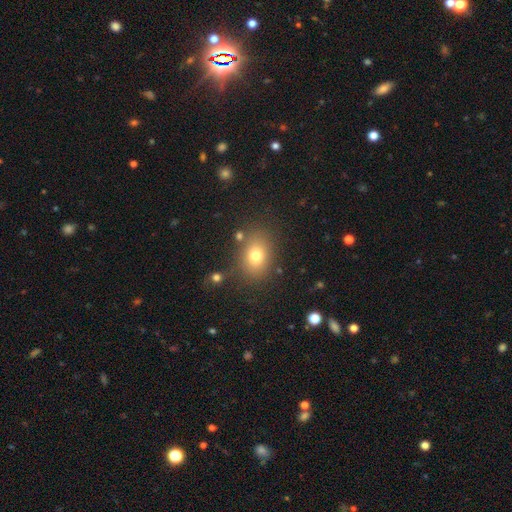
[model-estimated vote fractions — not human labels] Morphology: type=smooth (76%); roundness=in between (65%); merging=none (80%).